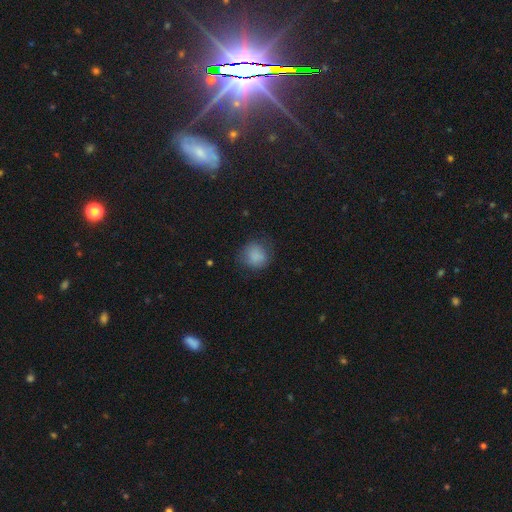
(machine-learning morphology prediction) type=smooth (83%); roundness=round (80%); merging=none (72%).